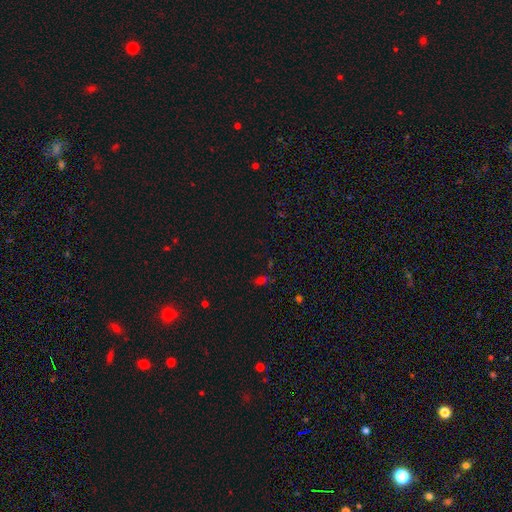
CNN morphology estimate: Smooth or featured? star or artifact (55%)